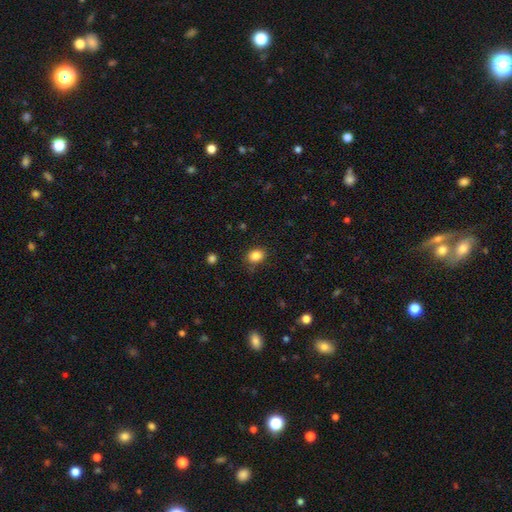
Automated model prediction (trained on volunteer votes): smooth 85%, star or artifact 11%, featured or disk 5%. Down the decision tree: how rounded — in between (52%); merging — none (81%).